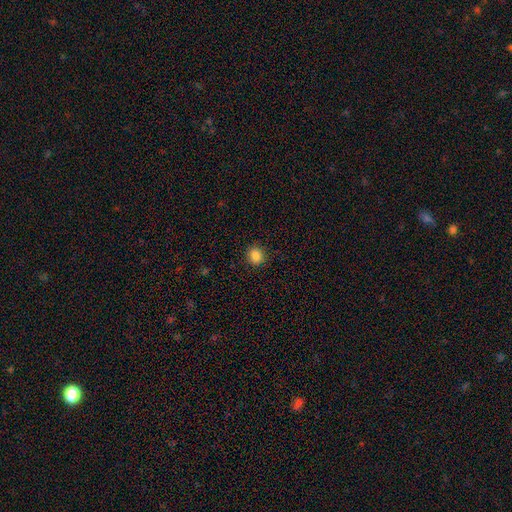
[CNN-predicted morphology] smooth 86%, star or artifact 10%, featured or disk 3%. Down the decision tree: how rounded — round (79%); merging — none (90%).